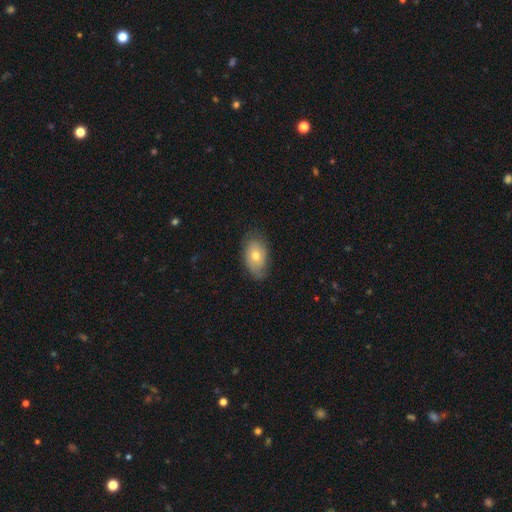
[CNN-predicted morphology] type=smooth (69%); roundness=in between (90%); merging=none (76%).